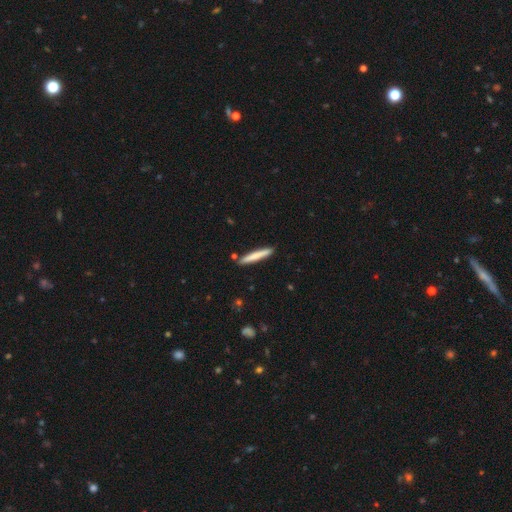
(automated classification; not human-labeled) Smooth or featured: smooth — 71% (featured or disk — 23%)
How rounded: cigar-shaped — 96% (in between — 3%)
Merging: none — 88% (minor disturbance — 8%)